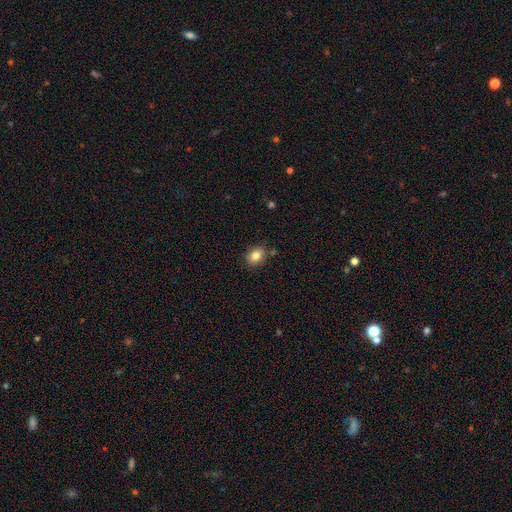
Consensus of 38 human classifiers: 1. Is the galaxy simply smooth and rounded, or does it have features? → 82% smooth, 13% featured or disk, 5% star or artifact.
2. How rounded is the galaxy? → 58% in between, 42% round, 0% cigar-shaped.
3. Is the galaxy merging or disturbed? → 75% none, 14% minor disturbance, 8% merger, 3% major disturbance.